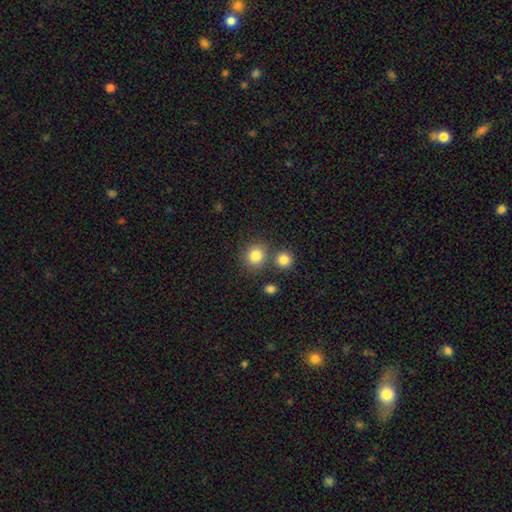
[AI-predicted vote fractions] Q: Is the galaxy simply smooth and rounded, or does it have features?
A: smooth — 84%.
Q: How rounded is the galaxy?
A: round — 87%.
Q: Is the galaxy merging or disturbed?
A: none — 72%.